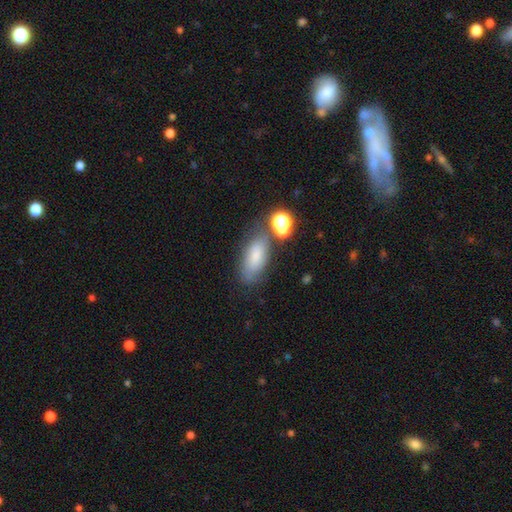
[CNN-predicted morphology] type=smooth (73%); roundness=in between (81%); merging=none (62%).